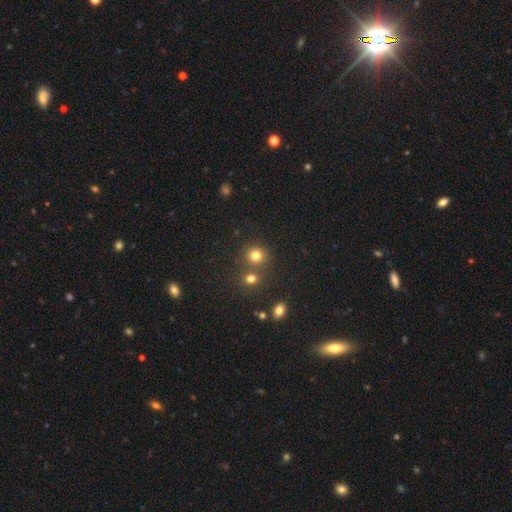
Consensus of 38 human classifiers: smooth_or_featured: smooth (p=0.71) [alt: featured or disk p=0.16]
how_rounded: round (p=0.70) [alt: in between p=0.30]
merging: none (p=0.64) [alt: merger p=0.27]